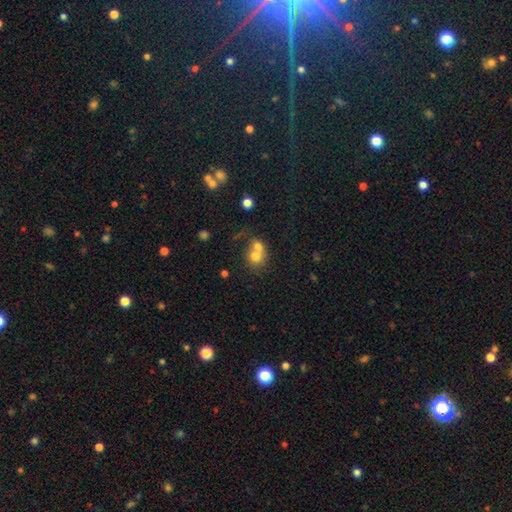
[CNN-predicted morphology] smooth_or_featured: smooth (p=0.69) [alt: featured or disk p=0.20]
how_rounded: round (p=0.69) [alt: in between p=0.30]
merging: merger (p=0.66) [alt: none p=0.24]